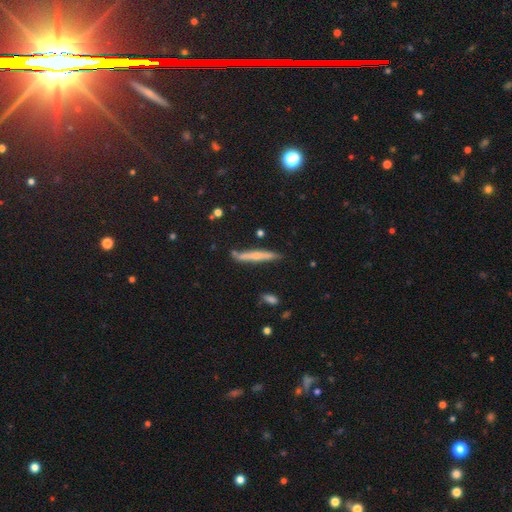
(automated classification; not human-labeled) Q: Smooth or featured?
A: featured or disk (51%); runner-up: smooth (42%)
Q: Edge-on disk?
A: yes (94%); runner-up: no (6%)
Q: Merging?
A: none (82%); runner-up: minor disturbance (13%)